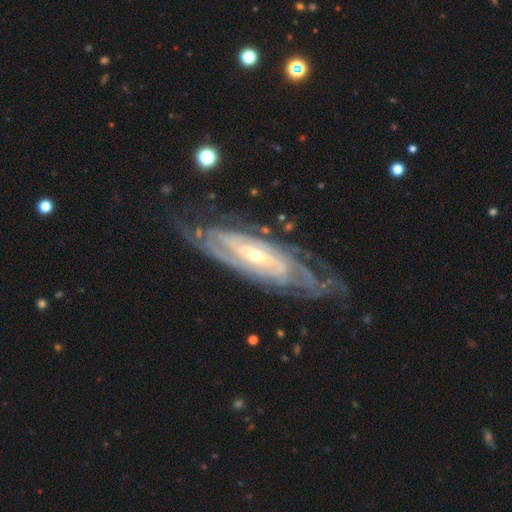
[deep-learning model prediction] A featured or disk galaxy (90%) with no bar (41%), tight (74%) spiral arms (97%) and a small central bulge (66%). Merging: none (72%).